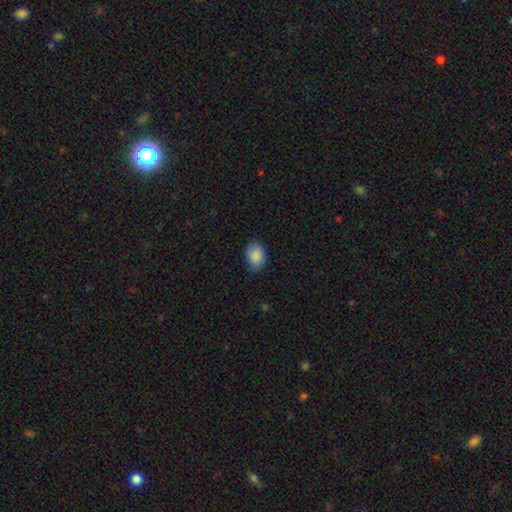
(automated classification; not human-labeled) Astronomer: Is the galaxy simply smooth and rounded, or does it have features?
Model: smooth — 88%.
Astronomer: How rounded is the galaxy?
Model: in between — 79%.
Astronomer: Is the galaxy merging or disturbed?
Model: none — 77%.